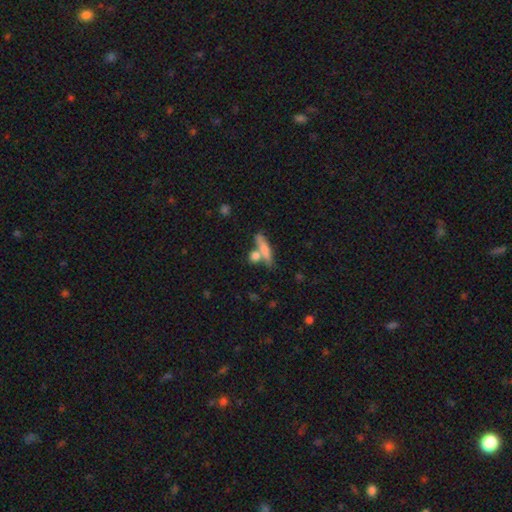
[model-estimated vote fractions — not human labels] smooth-or-featured: smooth: 73% | featured or disk: 18% | star or artifact: 9%
  how-rounded: cigar-shaped: 48% | round: 27% | in between: 25%
  merging: none: 57% | merger: 29% | minor disturbance: 10% | major disturbance: 4%